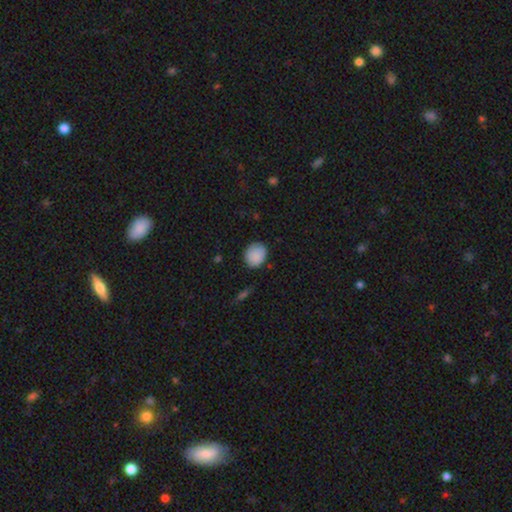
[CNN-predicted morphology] Smooth or featured? Predicted: smooth (p=0.88). How rounded? Predicted: round (p=0.72). Merging? Predicted: none (p=0.81).